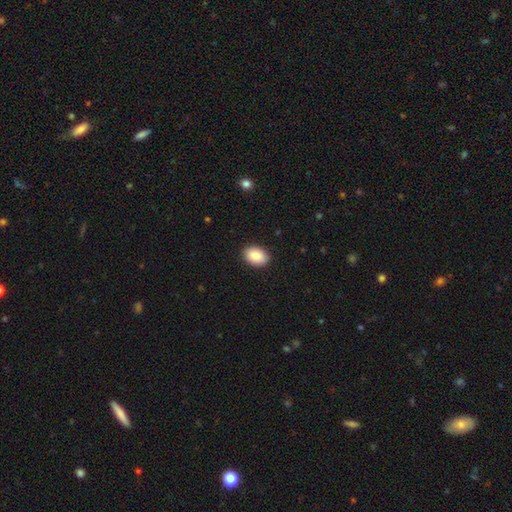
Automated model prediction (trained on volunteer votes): Overall: smooth (87%). How rounded: in between (82%). Merging: none (90%).